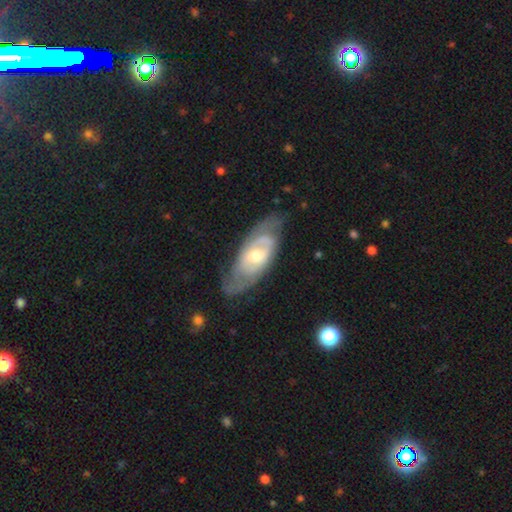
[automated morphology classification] smooth_or_featured: featured or disk (p=0.74) [alt: smooth p=0.22]
disk_edge_on: no (p=0.88) [alt: yes p=0.12]
bar: no (p=0.60) [alt: weak p=0.31]
has_spiral_arms: yes (p=0.71) [alt: no p=0.29]
bulge_size: moderate (p=0.65) [alt: small p=0.28]
merging: none (p=0.67) [alt: minor disturbance p=0.22]